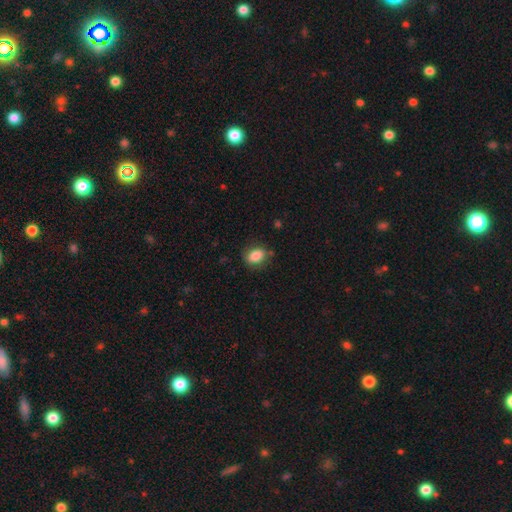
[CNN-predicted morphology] smooth 85%, star or artifact 8%, featured or disk 7%. Down the decision tree: how rounded — in between (72%); merging — none (78%).